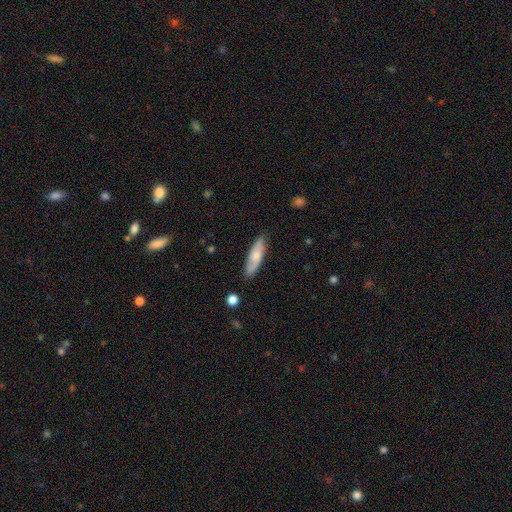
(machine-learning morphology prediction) Smooth or featured: smooth — 62% (featured or disk — 32%)
How rounded: cigar-shaped — 58% (in between — 40%)
Merging: none — 80% (minor disturbance — 16%)